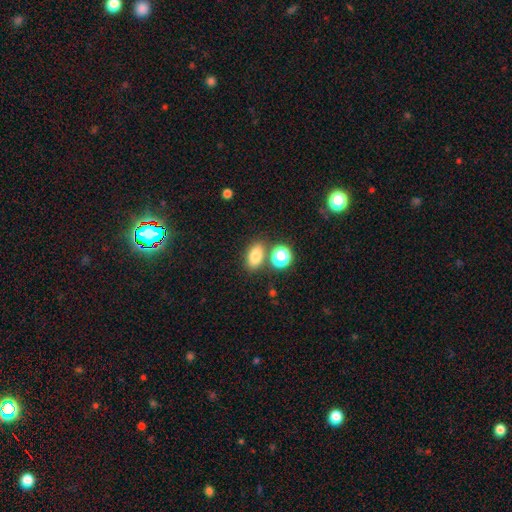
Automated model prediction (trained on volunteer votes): Q: Smooth or featured?
A: smooth (80%); runner-up: star or artifact (12%)
Q: How rounded?
A: in between (80%); runner-up: round (17%)
Q: Merging?
A: none (73%); runner-up: merger (13%)